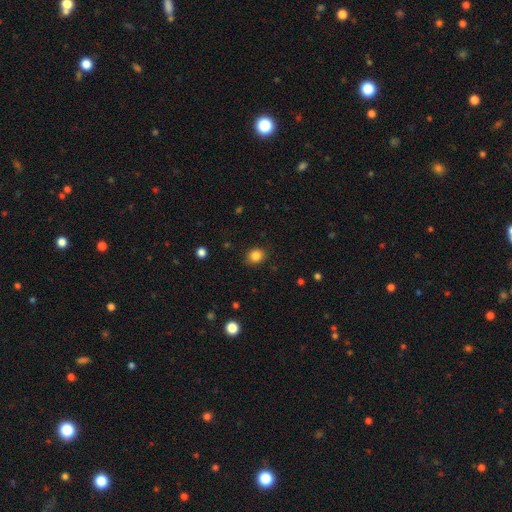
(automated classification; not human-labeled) smooth-or-featured: smooth: 84% | star or artifact: 11% | featured or disk: 5%
  how-rounded: round: 69% | in between: 30% | cigar-shaped: 1%
  merging: none: 87% | minor disturbance: 10% | major disturbance: 3% | merger: 1%